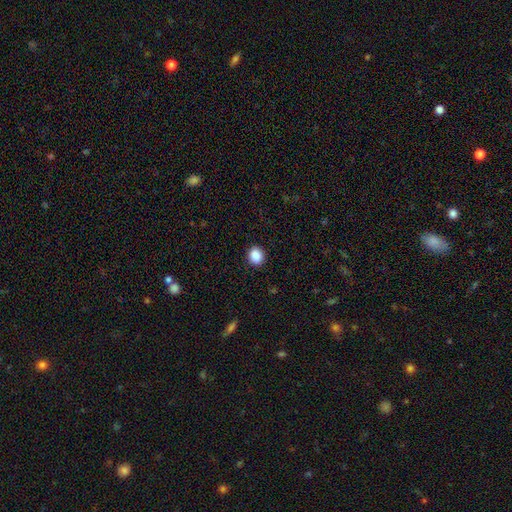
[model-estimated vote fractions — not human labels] A smooth galaxy with no disk features (88%) that is round (68%).

Vote fractions:
- Smooth or featured? smooth: 88% / star or artifact: 9% / featured or disk: 3%
- How rounded? round: 68% / in between: 31% / cigar-shaped: 1%
- Merging? none: 90% / minor disturbance: 7% / major disturbance: 2% / merger: 1%